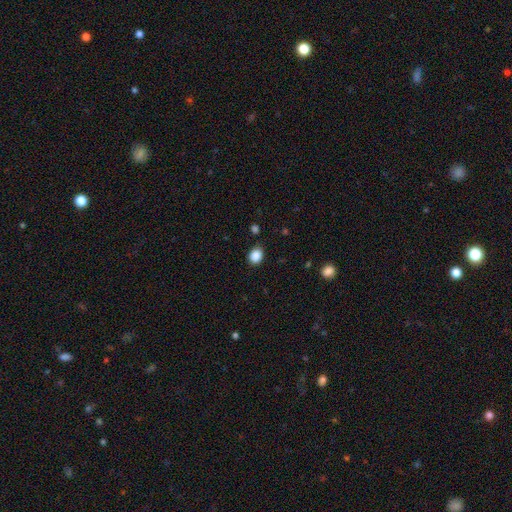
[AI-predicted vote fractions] Smooth or featured? Predicted: smooth (p=0.88). How rounded? Predicted: round (p=0.55). Merging? Predicted: none (p=0.81).